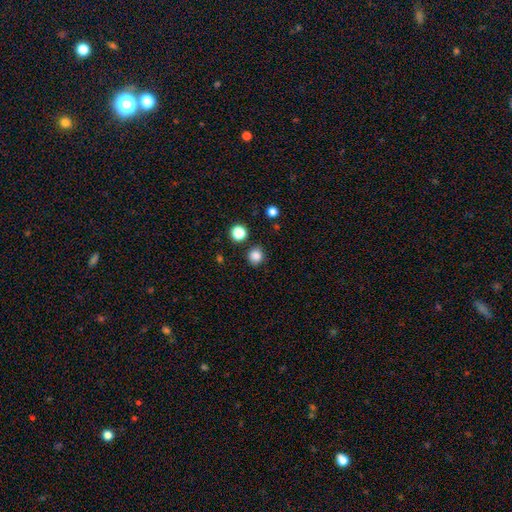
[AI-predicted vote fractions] This appears to be a smooth galaxy with no disk features (84%) that is round (89%). Merging: none (85%).